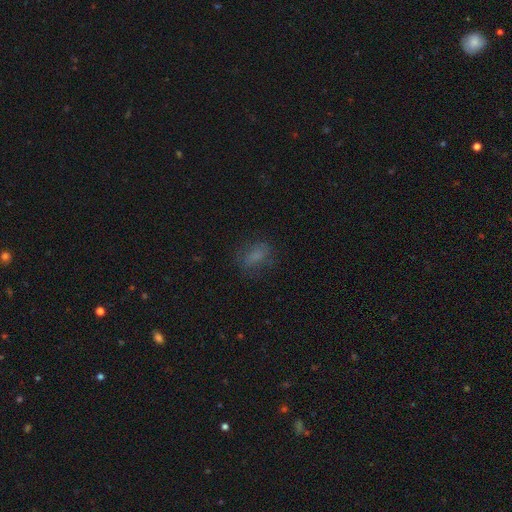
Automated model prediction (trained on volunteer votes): The model was most divided on "merging": none: 70%, minor disturbance: 18%, major disturbance: 11%, merger: 1%. More confident: how rounded — in between (78%); smooth or featured — smooth (71%).